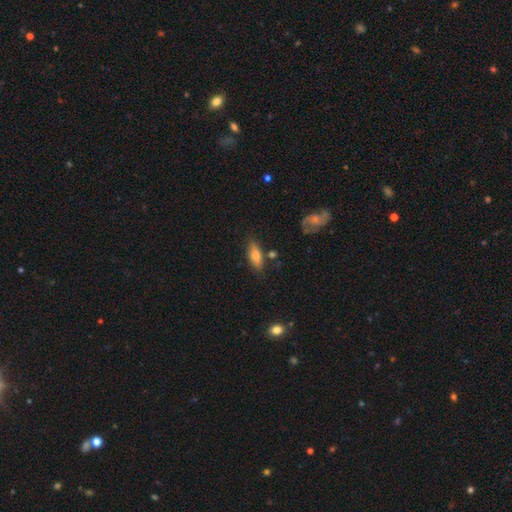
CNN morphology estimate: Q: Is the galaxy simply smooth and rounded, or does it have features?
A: smooth — 75%.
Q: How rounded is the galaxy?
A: in between — 74%.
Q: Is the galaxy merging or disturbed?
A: none — 74%.